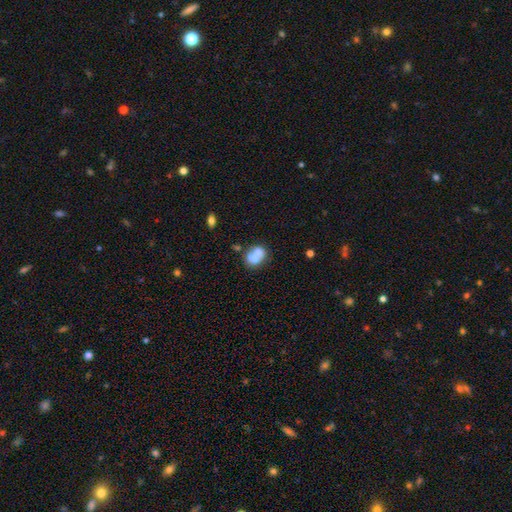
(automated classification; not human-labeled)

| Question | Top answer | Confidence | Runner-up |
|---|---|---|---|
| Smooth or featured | smooth | 72% | featured or disk (19%) |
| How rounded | in between | 64% | round (35%) |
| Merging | none | 42% | merger (30%) |